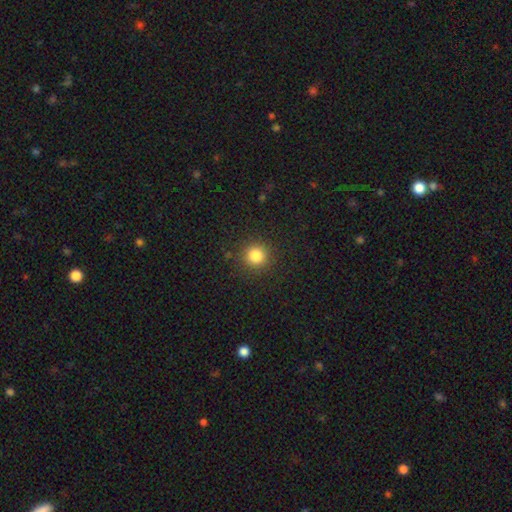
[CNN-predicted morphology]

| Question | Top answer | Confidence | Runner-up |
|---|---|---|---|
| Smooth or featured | smooth | 83% | star or artifact (13%) |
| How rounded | round | 94% | in between (5%) |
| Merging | none | 90% | minor disturbance (6%) |